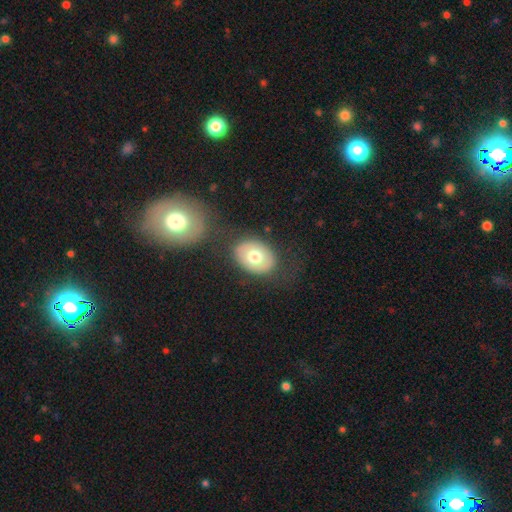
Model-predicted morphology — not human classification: smooth 65%, featured or disk 29%, star or artifact 7%. Down the decision tree: how rounded — in between (72%); merging — none (77%).